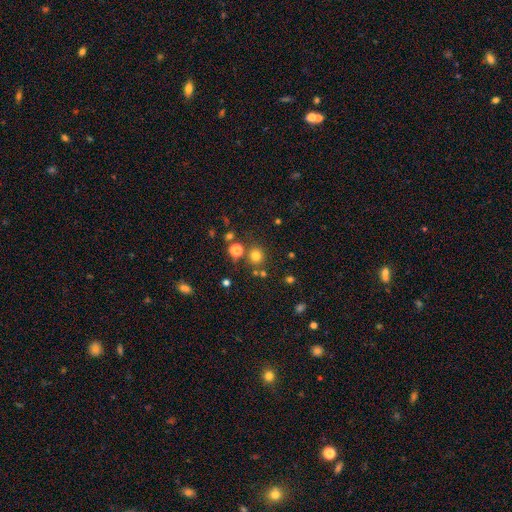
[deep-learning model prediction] The model was most divided on "smooth or featured": smooth: 75%, star or artifact: 19%, featured or disk: 7%. More confident: how rounded — round (89%); merging — none (78%).